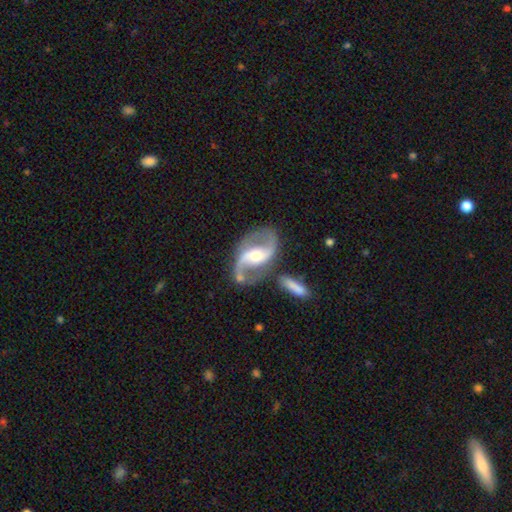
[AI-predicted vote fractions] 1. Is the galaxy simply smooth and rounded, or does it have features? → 89% featured or disk, 6% smooth, 4% star or artifact.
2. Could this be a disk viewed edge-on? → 97% no, 3% yes.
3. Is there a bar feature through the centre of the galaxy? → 38% strong, 37% weak, 25% no.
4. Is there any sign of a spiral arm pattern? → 95% yes, 5% no.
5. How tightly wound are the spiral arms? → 47% loose, 44% medium, 9% tight.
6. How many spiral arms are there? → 93% 2, 2% can't tell, 2% 1, 1% 3, 1% 4, 1% more than 4.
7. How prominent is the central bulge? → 69% moderate, 19% small, 10% large, 1% none, 1% dominant.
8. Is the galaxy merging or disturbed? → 71% none, 14% minor disturbance, 9% merger, 6% major disturbance.